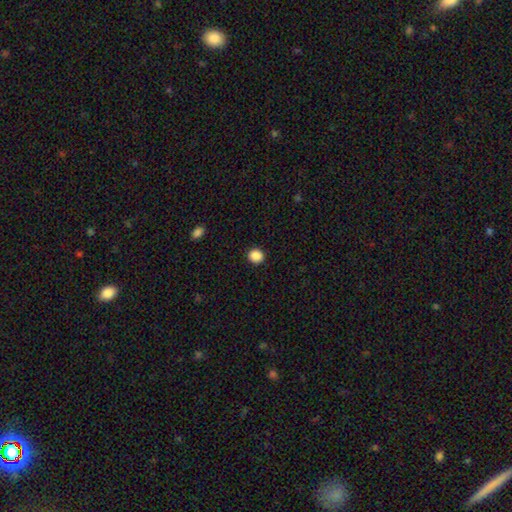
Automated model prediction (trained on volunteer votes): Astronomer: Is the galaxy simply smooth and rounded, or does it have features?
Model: smooth — 88%.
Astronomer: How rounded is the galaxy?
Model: round — 87%.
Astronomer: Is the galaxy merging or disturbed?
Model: none — 92%.